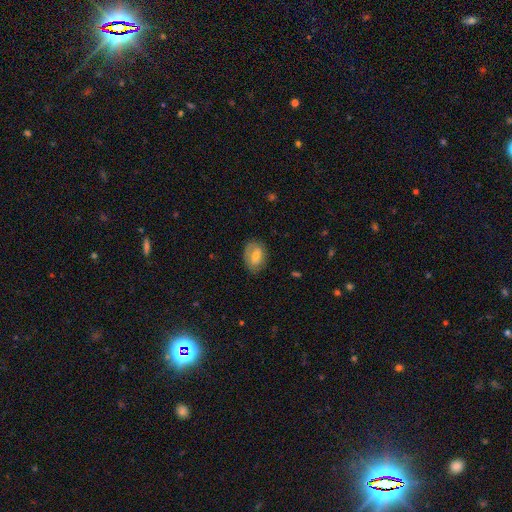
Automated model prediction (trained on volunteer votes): Q: Smooth or featured?
A: smooth (58%); runner-up: featured or disk (34%)
Q: How rounded?
A: in between (79%); runner-up: round (20%)
Q: Merging?
A: none (73%); runner-up: minor disturbance (21%)